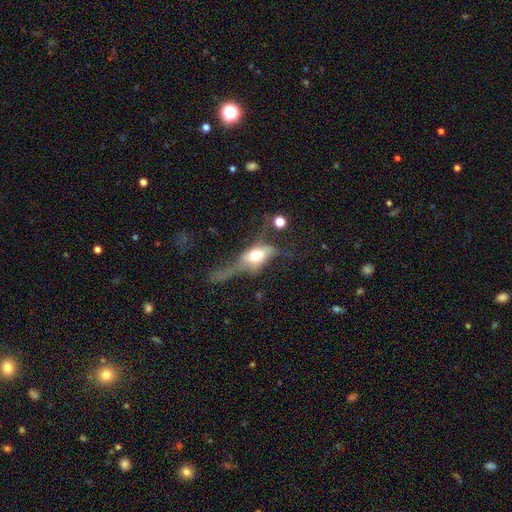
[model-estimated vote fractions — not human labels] Smooth or featured?
  - featured or disk: 53% *
  - smooth: 38%
  - star or artifact: 9%
Edge-on disk?
  - yes: 54% *
  - no: 46%
Merging?
  - major disturbance: 51% *
  - none: 22%
  - minor disturbance: 18%
  - merger: 9%